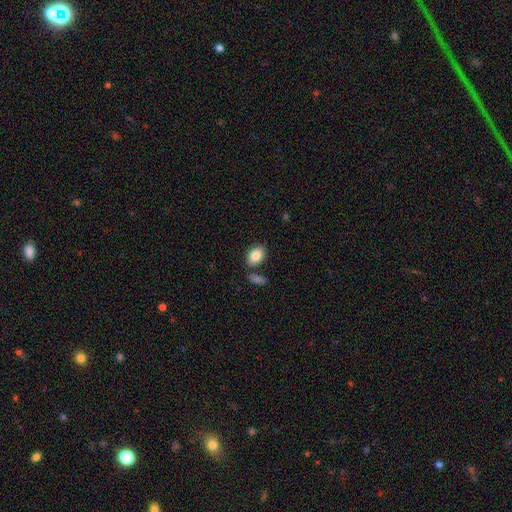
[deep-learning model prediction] The model was most divided on "merging": none: 73%, minor disturbance: 14%, merger: 10%, major disturbance: 3%. More confident: smooth or featured — smooth (85%); how rounded — in between (85%).